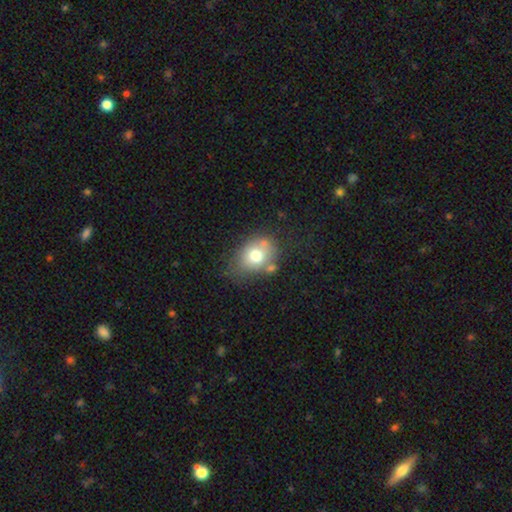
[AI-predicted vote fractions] smooth 71%, featured or disk 19%, star or artifact 10%. Down the decision tree: how rounded — in between (60%); merging — none (54%).